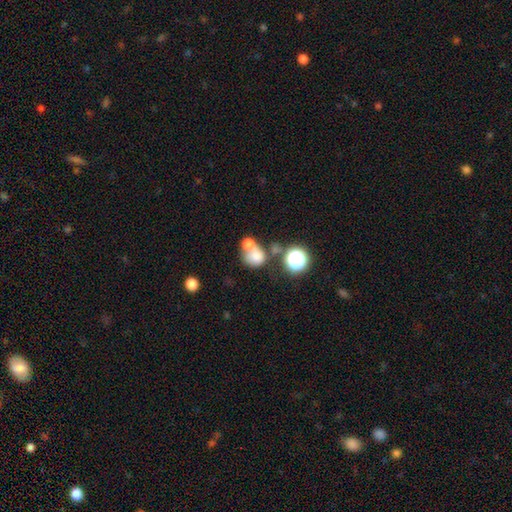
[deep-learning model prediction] A smooth galaxy with no disk features (70%) that is round (73%). Merging: merger (52%).